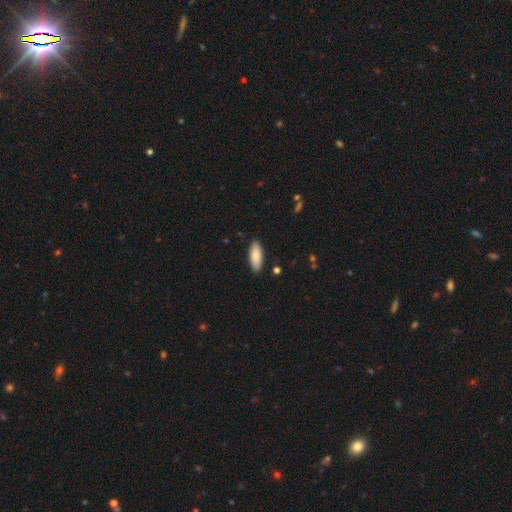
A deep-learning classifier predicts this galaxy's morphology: This appears to be a smooth galaxy with no disk features (87%) that is in between round and cigar-shaped (74%). Merging: none (88%).